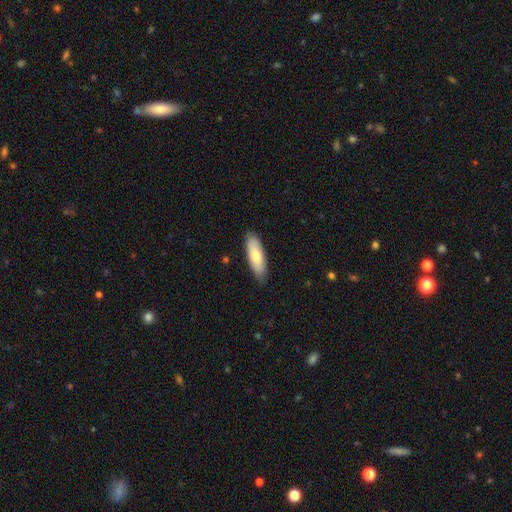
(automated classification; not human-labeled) The model was most divided on "how rounded": in between: 65%, cigar-shaped: 33%, round: 2%. More confident: merging — none (82%); smooth or featured — smooth (71%).